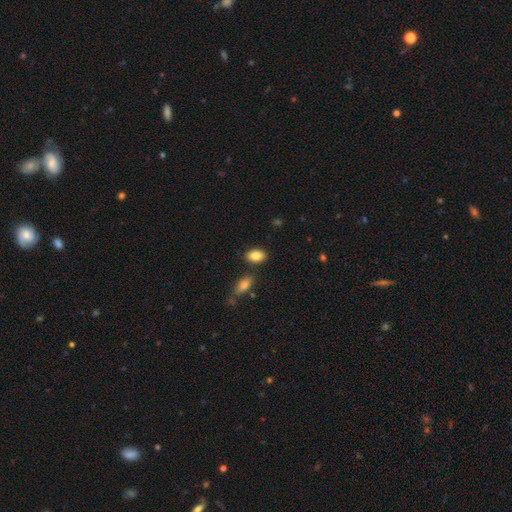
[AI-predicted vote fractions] A smooth galaxy with no disk features (87%) that is in between round and cigar-shaped (91%). Merging: none (82%).